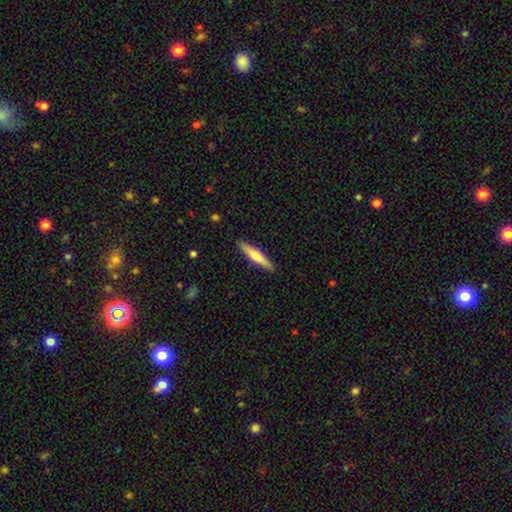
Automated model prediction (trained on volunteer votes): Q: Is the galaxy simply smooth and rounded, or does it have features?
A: smooth — 65%.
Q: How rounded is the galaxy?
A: cigar-shaped — 87%.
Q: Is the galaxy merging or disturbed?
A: none — 90%.